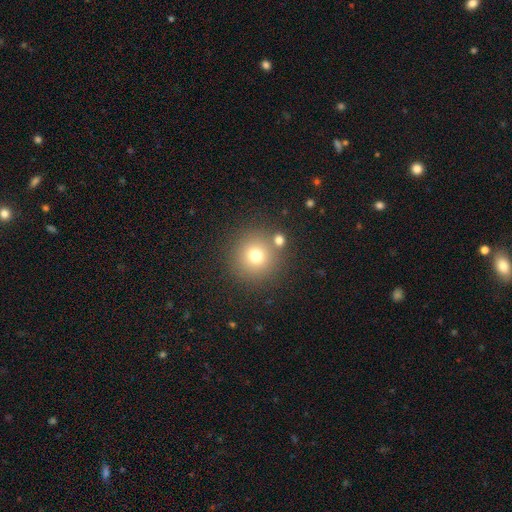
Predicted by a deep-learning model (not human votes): Smooth or featured: smooth — 73% (star or artifact — 16%)
How rounded: round — 94% (in between — 5%)
Merging: none — 80% (merger — 9%)